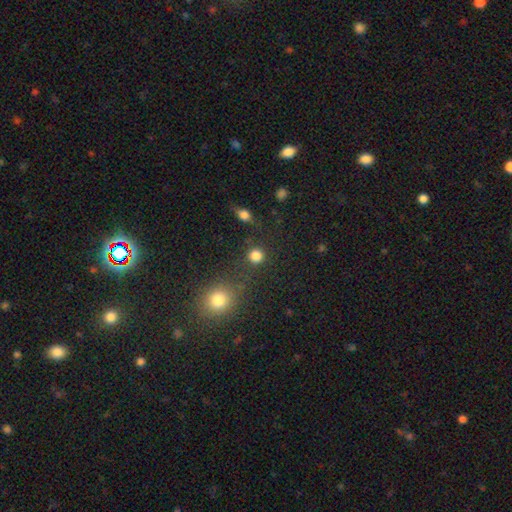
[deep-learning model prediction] Q: Smooth or featured?
A: smooth (83%); runner-up: star or artifact (13%)
Q: How rounded?
A: round (92%); runner-up: in between (7%)
Q: Merging?
A: none (83%); runner-up: minor disturbance (8%)